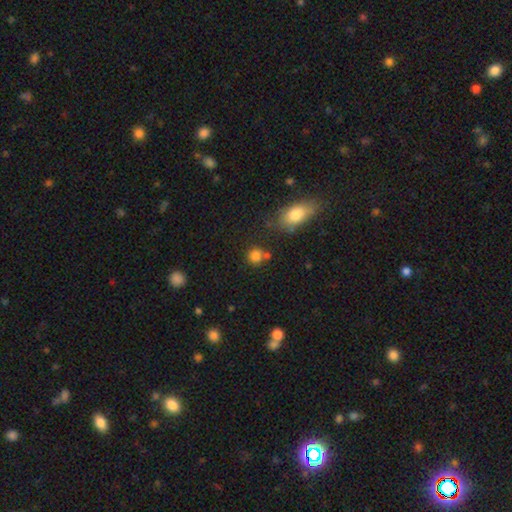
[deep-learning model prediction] A smooth galaxy with no disk features (80%) that is round (85%). Merging: none (67%).